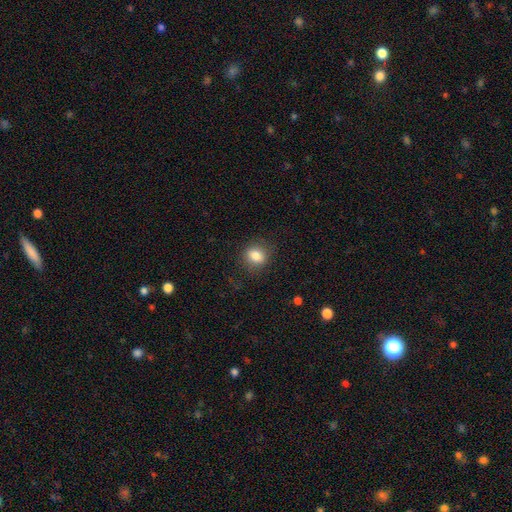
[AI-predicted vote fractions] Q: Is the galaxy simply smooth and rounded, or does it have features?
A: smooth — 83%.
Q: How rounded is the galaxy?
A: round — 60%.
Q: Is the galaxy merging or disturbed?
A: none — 81%.